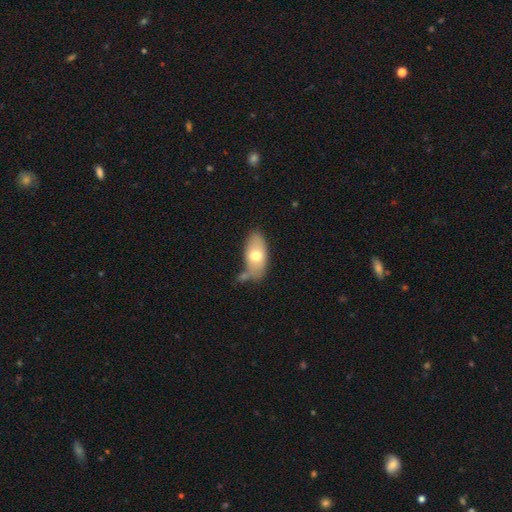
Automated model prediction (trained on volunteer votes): Smooth or featured?
  - smooth: 68% *
  - featured or disk: 26%
  - star or artifact: 6%
How rounded?
  - in between: 92% *
  - round: 4%
  - cigar-shaped: 4%
Merging?
  - none: 50% *
  - minor disturbance: 22%
  - merger: 19%
  - major disturbance: 8%